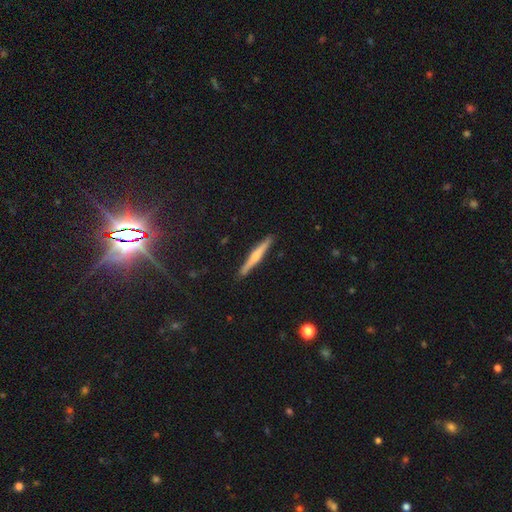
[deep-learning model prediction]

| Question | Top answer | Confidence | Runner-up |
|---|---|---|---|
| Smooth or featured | featured or disk | 59% | smooth (35%) |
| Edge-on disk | yes | 98% | no (2%) |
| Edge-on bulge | rounded | 75% | none (15%) |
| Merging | none | 91% | minor disturbance (6%) |